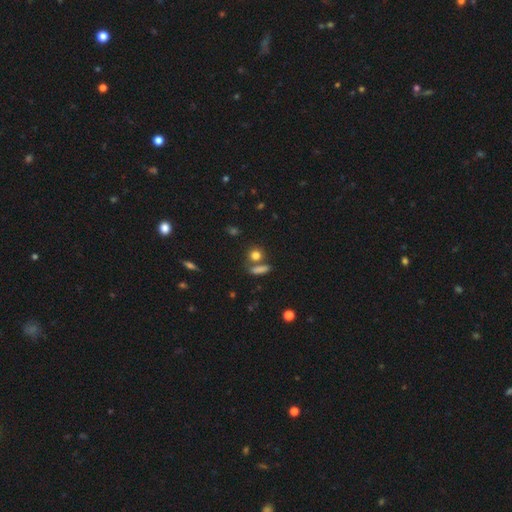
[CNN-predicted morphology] smooth_or_featured: smooth (p=0.80) [alt: star or artifact p=0.13]
how_rounded: round (p=0.66) [alt: in between p=0.25]
merging: none (p=0.65) [alt: merger p=0.22]